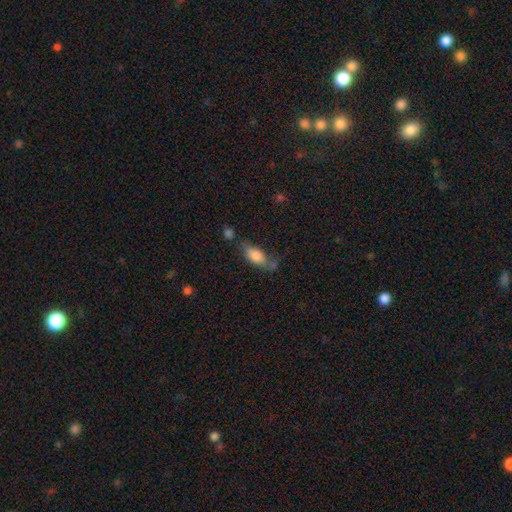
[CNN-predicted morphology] This appears to be a smooth galaxy with no disk features (76%) that is in between round and cigar-shaped (81%). Merging: none (50%).